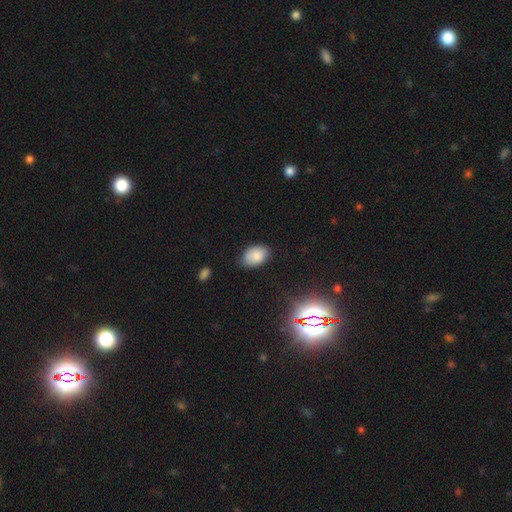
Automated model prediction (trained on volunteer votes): Overall: smooth (84%). How rounded: in between (88%). Merging: none (77%).